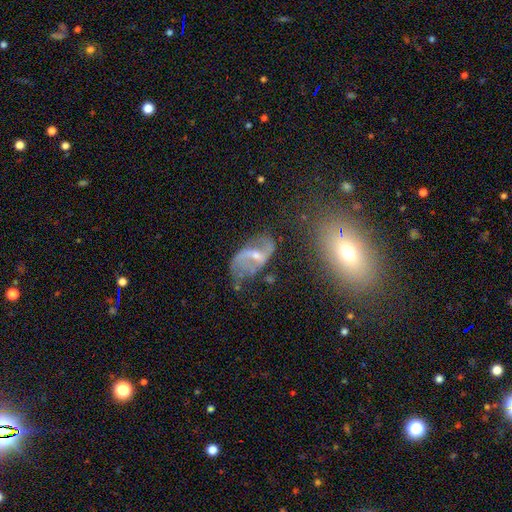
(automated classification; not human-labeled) Overall: featured or disk (82%). Edge-on disk: no (96%). Bar: weak (47%; strong 32%). Spiral arms: yes (89%). Spiral arm count: 2 (90%). Spiral winding: loose (73%). Bulge size: small (60%; moderate 29%). Merging: none (56%; minor disturbance 21%).